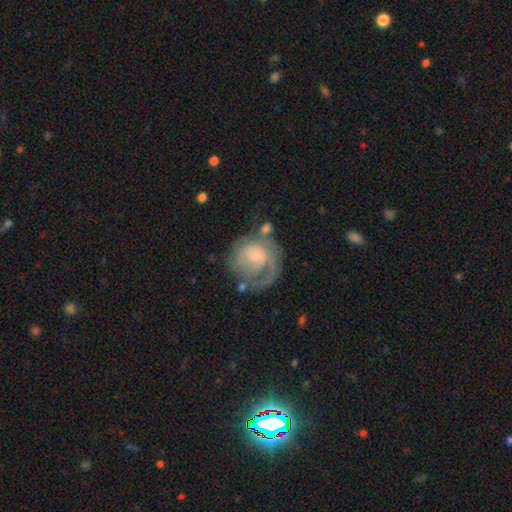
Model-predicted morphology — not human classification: Smooth or featured: featured or disk — 72% (smooth — 21%)
Edge-on disk: no — 98% (yes — 2%)
Bar: no — 66% (weak — 29%)
Spiral arms: yes — 83% (no — 17%)
Spiral winding: tight — 55% (medium — 30%)
Spiral arm count: 1 — 37% (can't tell — 28%)
Bulge size: small — 66% (moderate — 26%)
Merging: none — 50% (major disturbance — 22%)